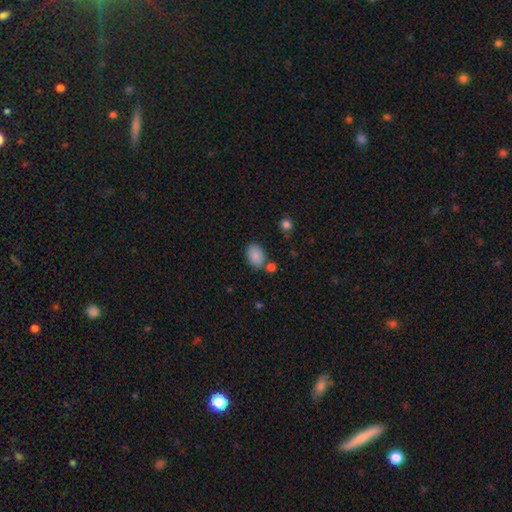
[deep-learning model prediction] Smooth or featured? Predicted: smooth (p=0.87). How rounded? Predicted: in between (p=0.83). Merging? Predicted: none (p=0.73).